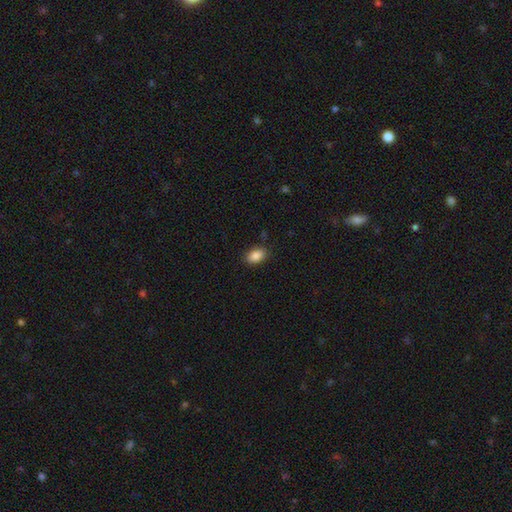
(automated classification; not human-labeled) Smooth or featured: smooth — 88% (star or artifact — 8%)
How rounded: in between — 87% (round — 11%)
Merging: none — 87% (minor disturbance — 9%)